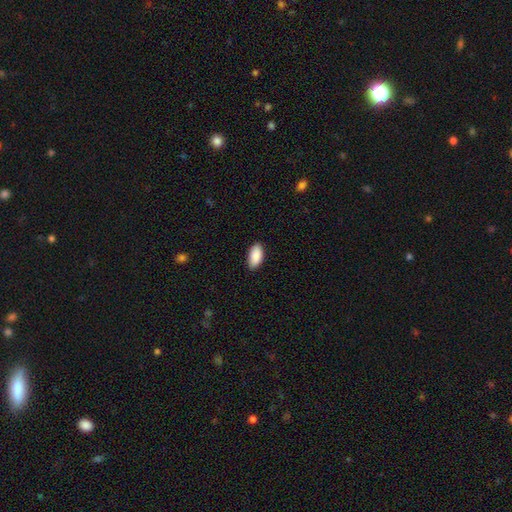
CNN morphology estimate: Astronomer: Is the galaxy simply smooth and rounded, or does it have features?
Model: smooth — 90%.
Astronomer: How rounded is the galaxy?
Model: in between — 93%.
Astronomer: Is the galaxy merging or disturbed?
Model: none — 88%.